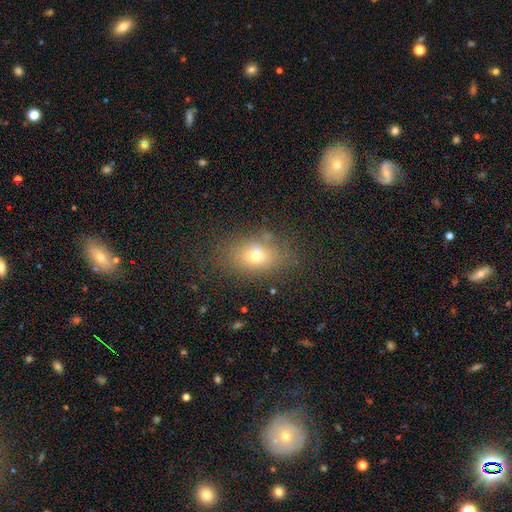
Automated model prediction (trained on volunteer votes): smooth_or_featured: smooth (p=0.70) [alt: featured or disk p=0.15]
how_rounded: in between (p=0.75) [alt: round p=0.23]
merging: none (p=0.76) [alt: minor disturbance p=0.15]